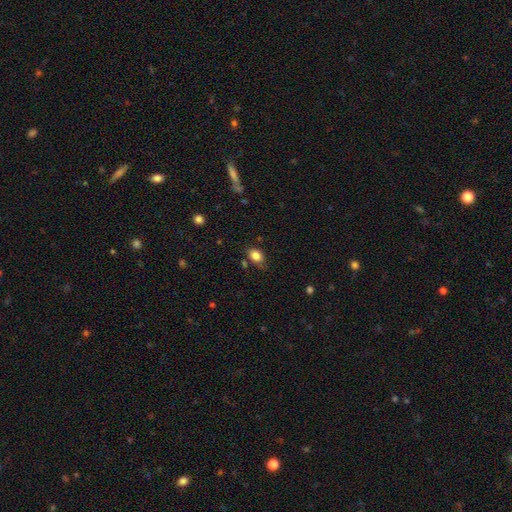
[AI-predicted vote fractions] Q: Smooth or featured?
A: smooth (84%); runner-up: star or artifact (10%)
Q: How rounded?
A: in between (70%); runner-up: round (28%)
Q: Merging?
A: none (68%); runner-up: minor disturbance (23%)